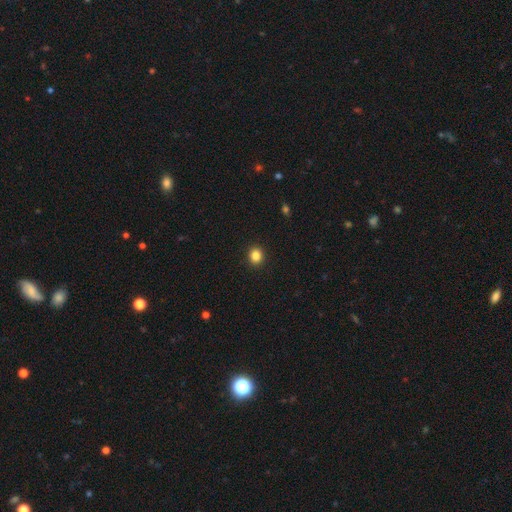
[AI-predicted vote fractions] Overall: smooth (85%). How rounded: round (79%). Merging: none (93%).